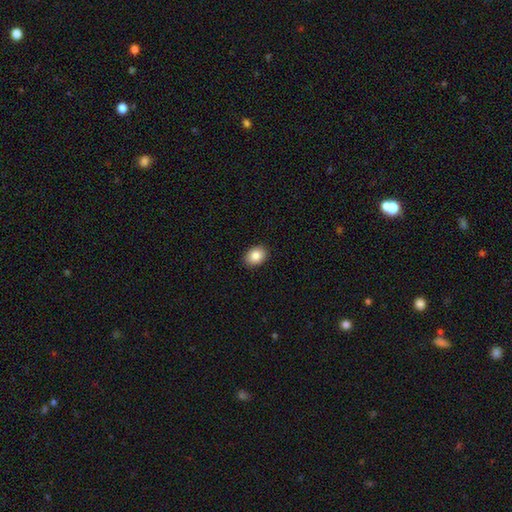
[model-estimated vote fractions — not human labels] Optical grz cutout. It shows a smooth galaxy with no disk features (85%) that is in between round and cigar-shaped (62%). Merging: none (90%).